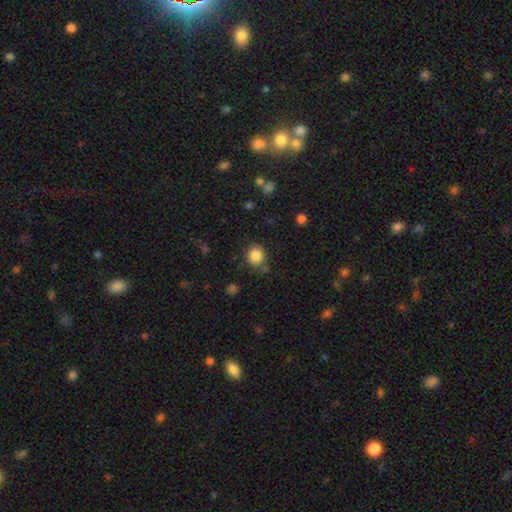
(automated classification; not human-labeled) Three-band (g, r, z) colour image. It shows a smooth galaxy with no disk features (85%) that is round (84%). Merging: none (79%).